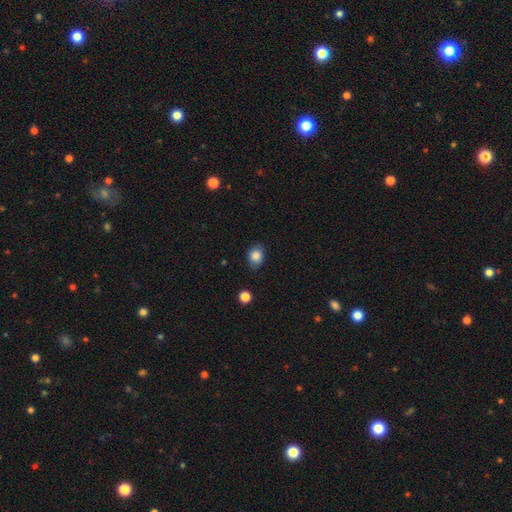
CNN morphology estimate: A smooth galaxy with no disk features (85%) that is in between round and cigar-shaped (51%). Merging: none (78%).